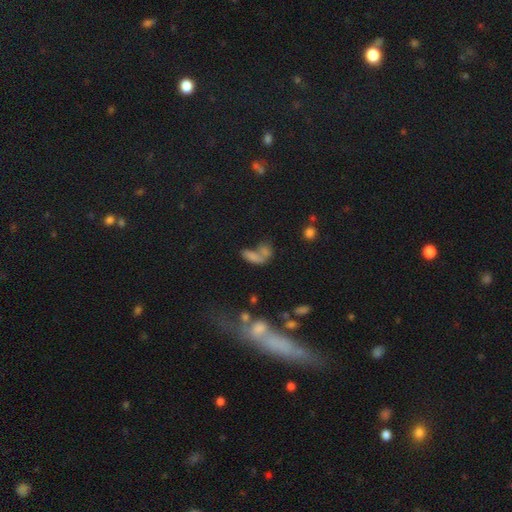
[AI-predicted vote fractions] A smooth galaxy with no disk features (65%) that is in between round and cigar-shaped (72%).

Vote fractions:
- Smooth or featured? smooth: 65% / star or artifact: 18% / featured or disk: 17%
- How rounded? in between: 72% / cigar-shaped: 16% / round: 12%
- Merging? merger: 48% / none: 29% / major disturbance: 12% / minor disturbance: 11%